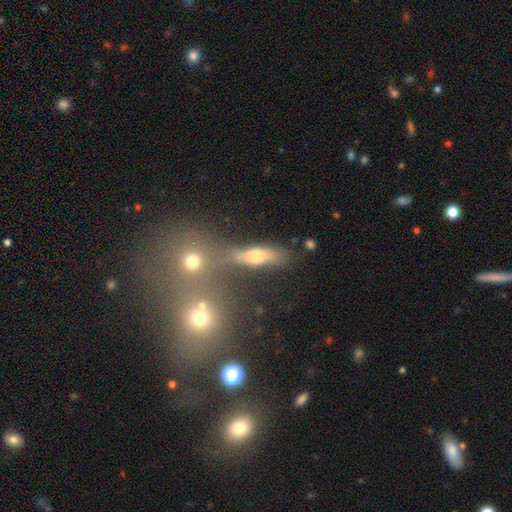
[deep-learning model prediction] Overall: smooth (56%; featured or disk 30%). How rounded: in between (46%; cigar-shaped 41%). Merging: none (52%; merger 22%).